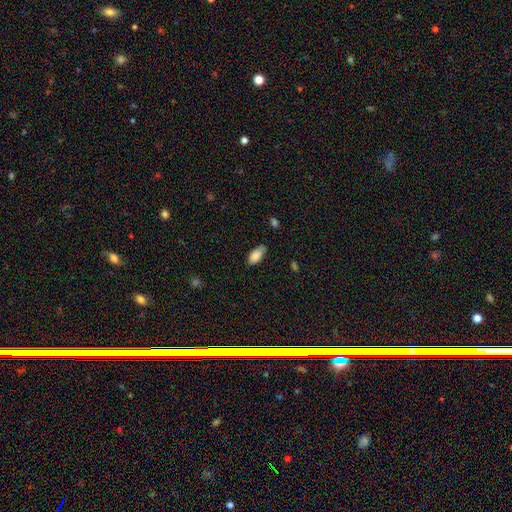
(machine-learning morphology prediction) smooth_or_featured: smooth (p=0.85) [alt: featured or disk p=0.08]
how_rounded: in between (p=0.92) [alt: cigar-shaped p=0.06]
merging: none (p=0.71) [alt: minor disturbance p=0.24]